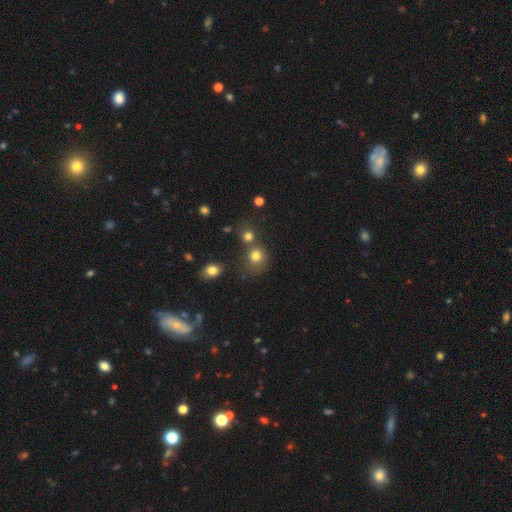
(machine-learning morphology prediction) Smooth or featured? smooth (77%)
How rounded? round (82%)
Merging? none (55%)